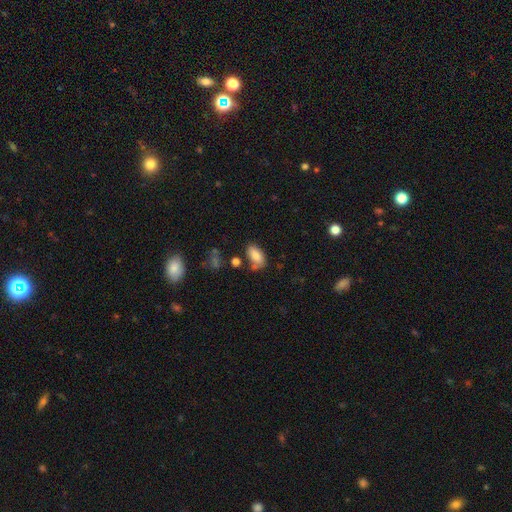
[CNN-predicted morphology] This is clearly a smooth galaxy (81%). How rounded: clearly in between (92%). Merging: possibly none (58%).